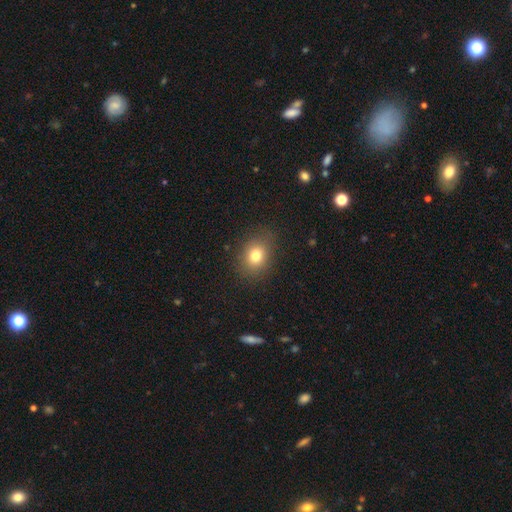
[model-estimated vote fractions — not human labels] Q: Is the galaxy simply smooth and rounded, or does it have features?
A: smooth — 78%.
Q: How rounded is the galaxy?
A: in between — 53%.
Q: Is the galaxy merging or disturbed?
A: none — 84%.